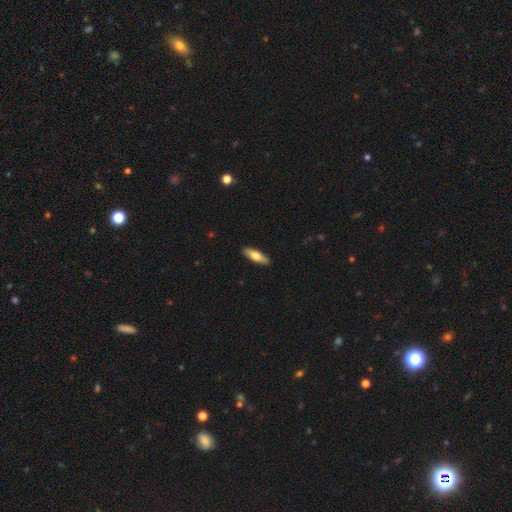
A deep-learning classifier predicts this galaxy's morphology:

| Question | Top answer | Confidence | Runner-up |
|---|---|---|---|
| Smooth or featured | smooth | 70% | featured or disk (24%) |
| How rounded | in between | 51% | cigar-shaped (47%) |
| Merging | none | 89% | minor disturbance (9%) |